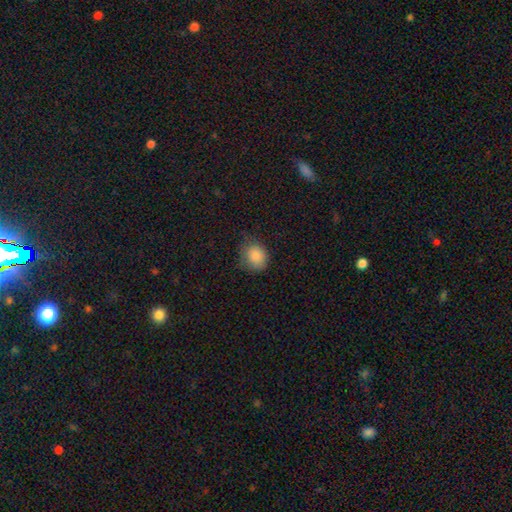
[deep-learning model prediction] smooth_or_featured: smooth (p=0.85) [alt: star or artifact p=0.09]
how_rounded: round (p=0.65) [alt: in between p=0.34]
merging: none (p=0.65) [alt: minor disturbance p=0.27]